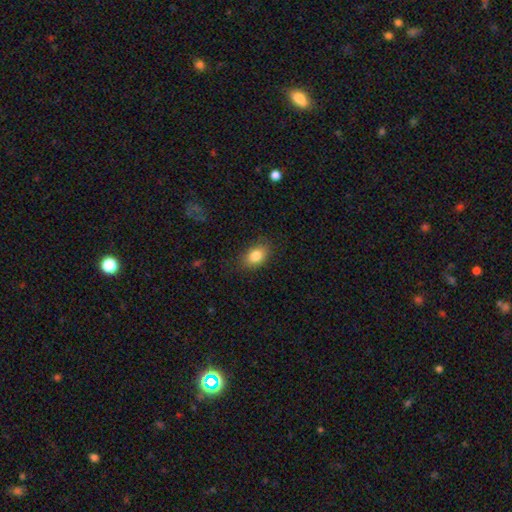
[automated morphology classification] Smooth or featured?
  - smooth: 84% *
  - star or artifact: 8%
  - featured or disk: 8%
How rounded?
  - in between: 83% *
  - round: 16%
  - cigar-shaped: 2%
Merging?
  - none: 82% *
  - minor disturbance: 14%
  - major disturbance: 3%
  - merger: 1%